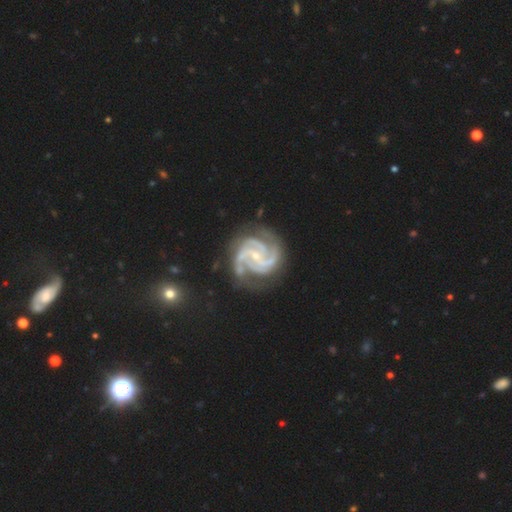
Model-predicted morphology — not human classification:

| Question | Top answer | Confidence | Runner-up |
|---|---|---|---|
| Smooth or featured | featured or disk | 94% | star or artifact (4%) |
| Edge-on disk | no | 99% | yes (1%) |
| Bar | no | 49% | weak (34%) |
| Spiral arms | yes | 99% | no (1%) |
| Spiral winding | tight | 50% | medium (45%) |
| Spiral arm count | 3 | 57% | 2 (14%) |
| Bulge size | small | 75% | moderate (21%) |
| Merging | none | 73% | minor disturbance (19%) |